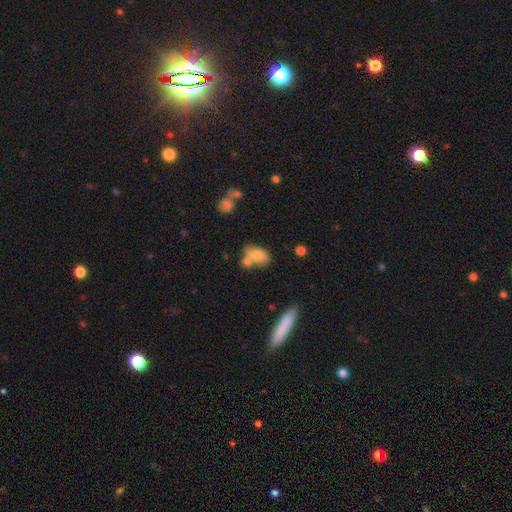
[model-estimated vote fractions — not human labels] smooth-or-featured: smooth: 80% | featured or disk: 11% | star or artifact: 9%
  how-rounded: in between: 88% | round: 9% | cigar-shaped: 3%
  merging: none: 40% | merger: 35% | minor disturbance: 17% | major disturbance: 7%